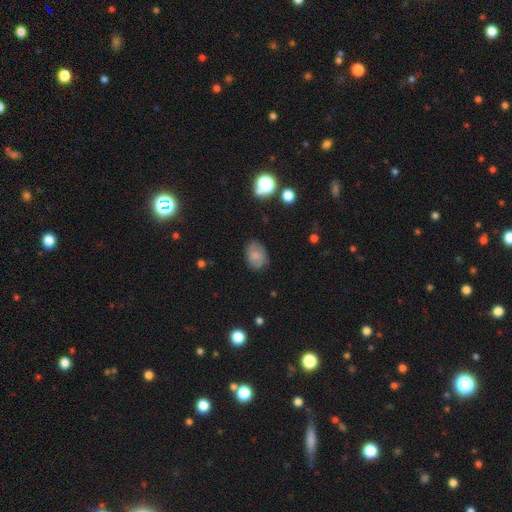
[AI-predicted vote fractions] smooth 63%, featured or disk 25%, star or artifact 12%. Down the decision tree: how rounded — in between (70%); merging — none (74%).